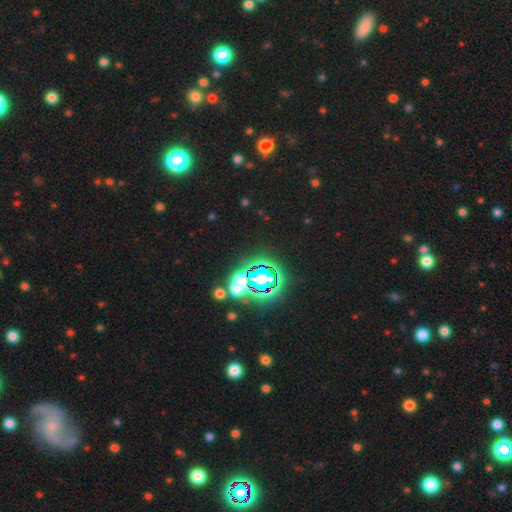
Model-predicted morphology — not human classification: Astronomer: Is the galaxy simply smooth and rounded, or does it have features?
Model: star or artifact — 78%.